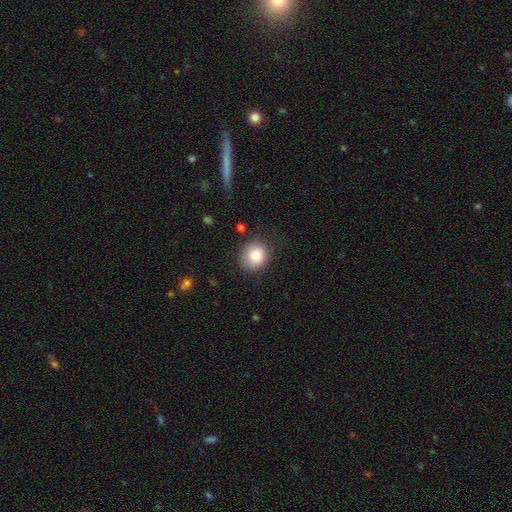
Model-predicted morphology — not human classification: smooth 82%, star or artifact 9%, featured or disk 9%. Down the decision tree: how rounded — round (79%); merging — none (82%).